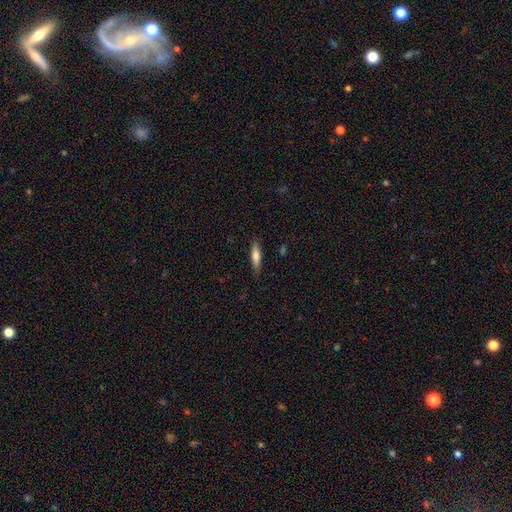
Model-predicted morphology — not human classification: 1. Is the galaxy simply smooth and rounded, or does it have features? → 72% smooth, 22% featured or disk, 6% star or artifact.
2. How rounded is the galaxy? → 69% cigar-shaped, 29% in between, 2% round.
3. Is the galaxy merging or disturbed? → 83% none, 13% minor disturbance, 3% major disturbance, 1% merger.